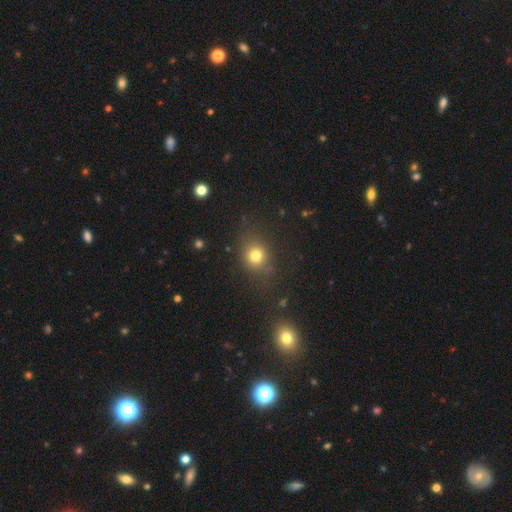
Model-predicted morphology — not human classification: Smooth or featured? Predicted: smooth (p=0.76). How rounded? Predicted: round (p=0.73). Merging? Predicted: none (p=0.74).